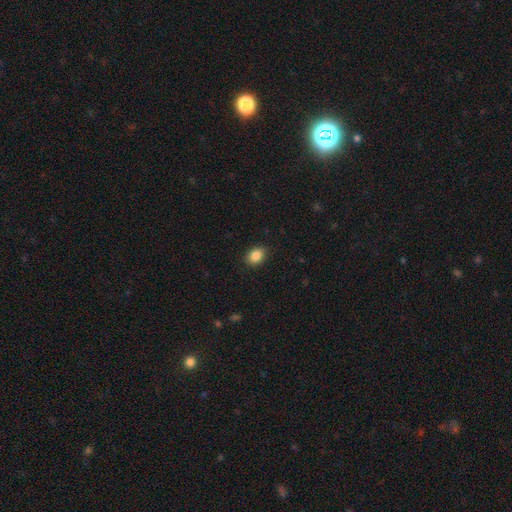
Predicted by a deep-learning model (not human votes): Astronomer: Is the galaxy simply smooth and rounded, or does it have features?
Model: smooth — 86%.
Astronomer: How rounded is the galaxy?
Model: in between — 66%.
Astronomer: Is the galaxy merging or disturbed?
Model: none — 89%.